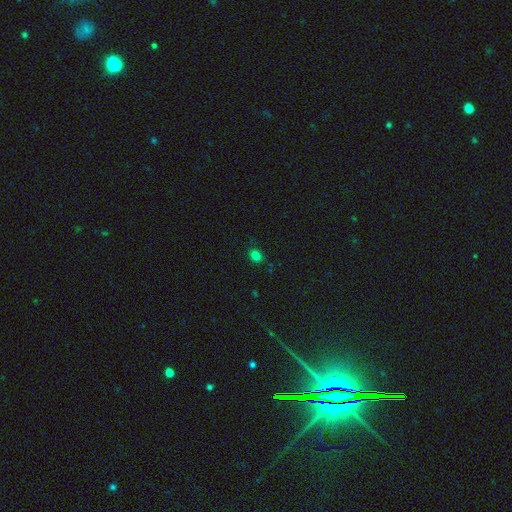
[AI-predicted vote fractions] Overall: smooth (78%). How rounded: round (61%; in between 38%). Merging: none (86%).